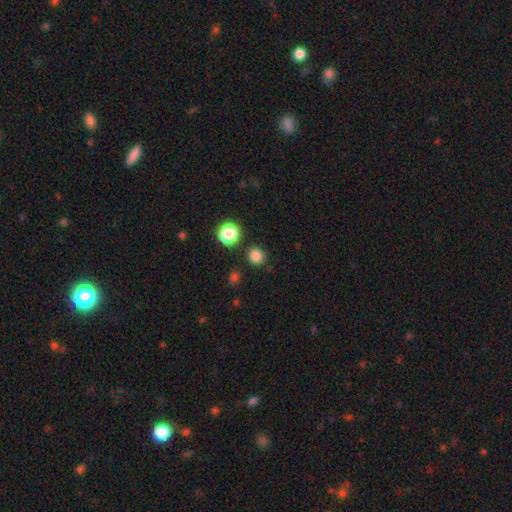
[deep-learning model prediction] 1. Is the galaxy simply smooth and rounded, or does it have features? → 81% smooth, 16% star or artifact, 4% featured or disk.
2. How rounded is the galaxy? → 92% round, 7% in between, 1% cigar-shaped.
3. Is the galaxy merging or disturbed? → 88% none, 6% minor disturbance, 3% merger, 2% major disturbance.